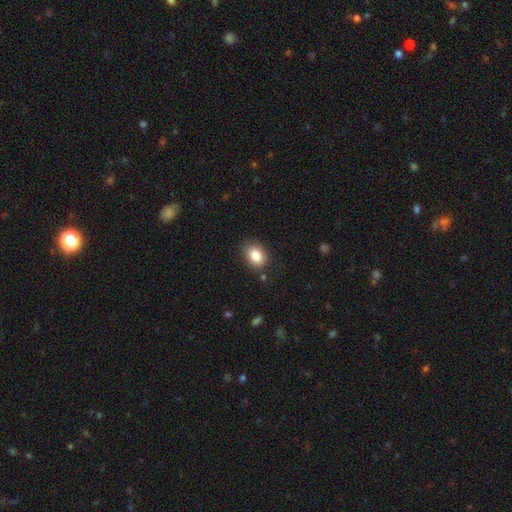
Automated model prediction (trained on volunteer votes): The model was most divided on "how rounded": in between: 75%, round: 24%, cigar-shaped: 1%. More confident: smooth or featured — smooth (84%); merging — none (84%).